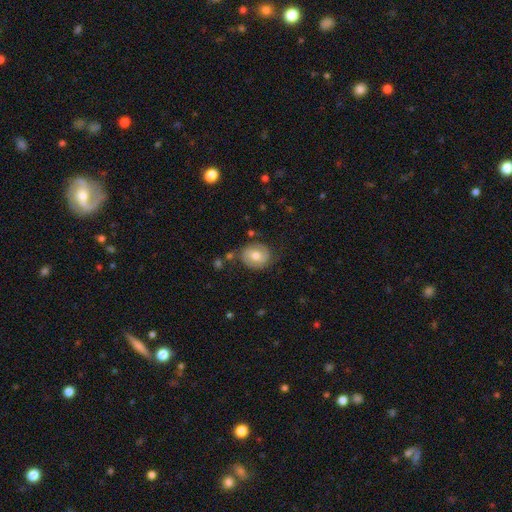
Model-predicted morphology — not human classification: Smooth or featured? smooth (57%)
How rounded? round (71%)
Merging? none (75%)